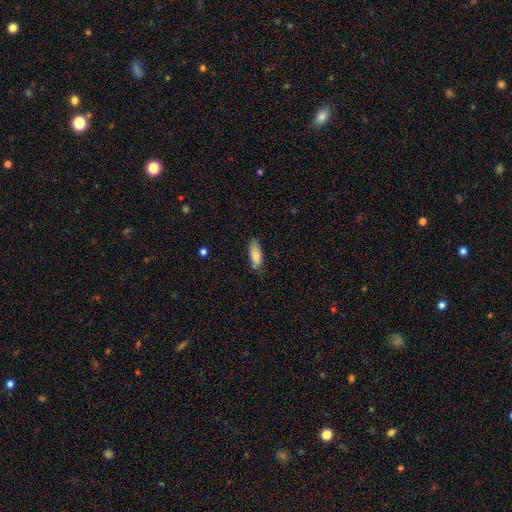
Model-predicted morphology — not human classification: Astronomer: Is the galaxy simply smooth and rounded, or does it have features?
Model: smooth — 86%.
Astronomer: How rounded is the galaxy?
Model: in between — 74%.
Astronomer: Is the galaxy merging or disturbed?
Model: none — 70%.